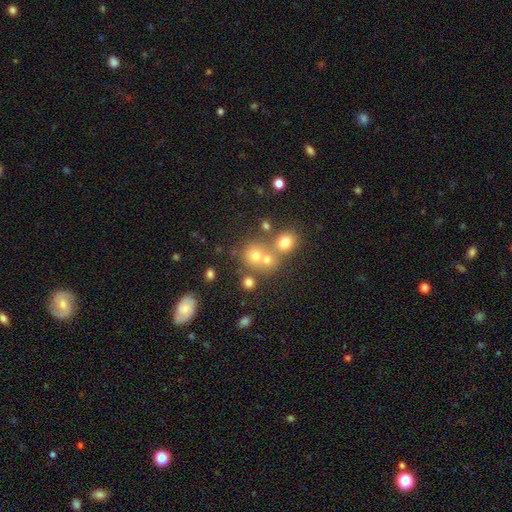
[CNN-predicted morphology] Overall: smooth (68%). How rounded: round (81%). Merging: none (49%; merger 38%).